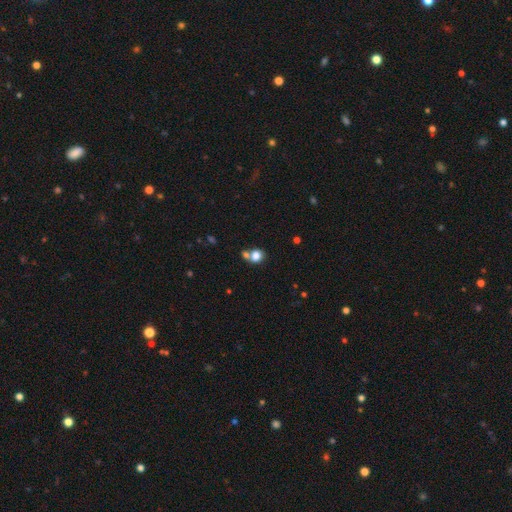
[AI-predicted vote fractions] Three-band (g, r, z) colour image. It shows a smooth galaxy with no disk features (80%) that is round (66%). Merging: none (47%).